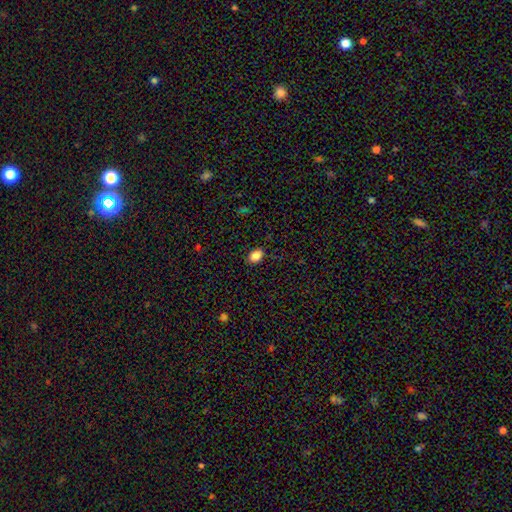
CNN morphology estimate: Smooth or featured?
  - smooth: 87% *
  - star or artifact: 10%
  - featured or disk: 4%
How rounded?
  - in between: 77% *
  - round: 22%
  - cigar-shaped: 1%
Merging?
  - none: 85% *
  - minor disturbance: 11%
  - major disturbance: 3%
  - merger: 1%